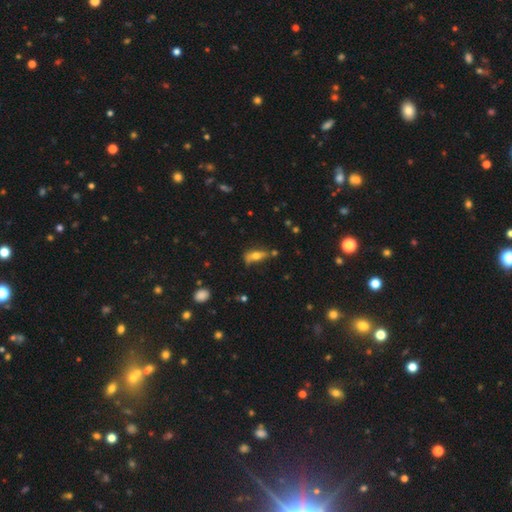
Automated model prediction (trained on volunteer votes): Overall: smooth (53%; featured or disk 36%). How rounded: in between (55%; cigar-shaped 40%). Merging: none (51%; minor disturbance 27%).